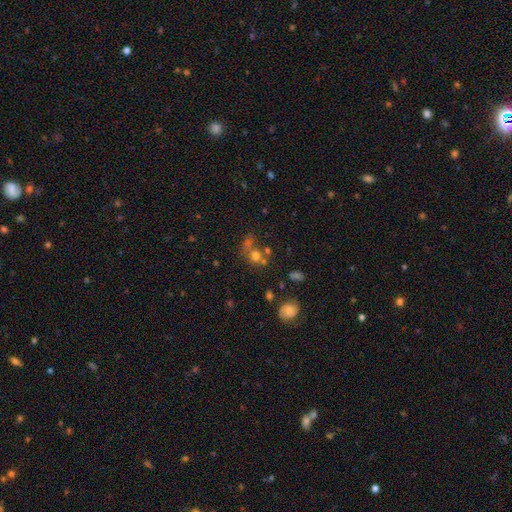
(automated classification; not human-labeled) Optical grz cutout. It shows a smooth galaxy with no disk features (64%) that is round (78%). Merging: none (43%).